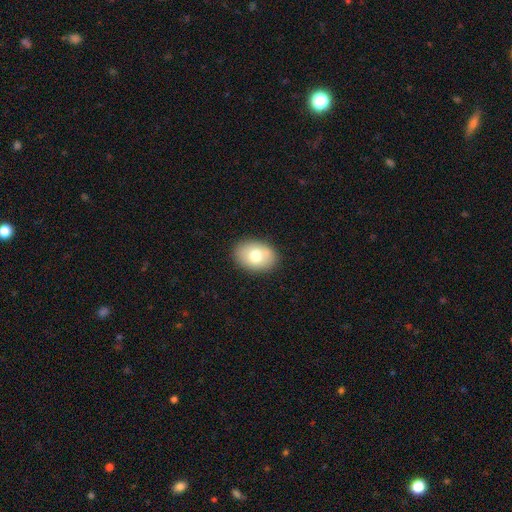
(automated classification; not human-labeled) Morphology: type=smooth (74%); roundness=in between (78%); merging=none (87%).